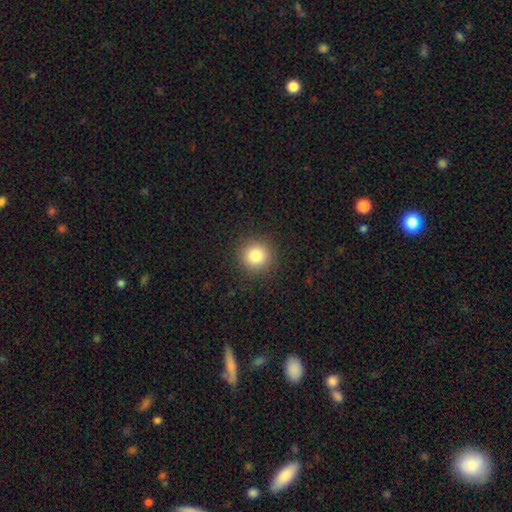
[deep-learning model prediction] smooth_or_featured: smooth (p=0.82) [alt: star or artifact p=0.11]
how_rounded: round (p=0.93) [alt: in between p=0.06]
merging: none (p=0.91) [alt: minor disturbance p=0.06]